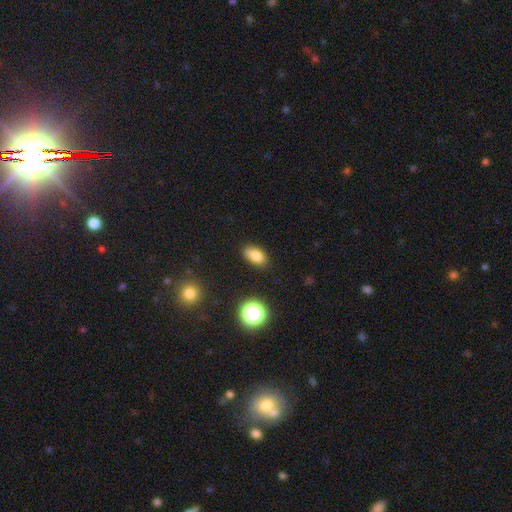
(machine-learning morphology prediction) Smooth or featured? smooth (80%)
How rounded? in between (87%)
Merging? none (82%)